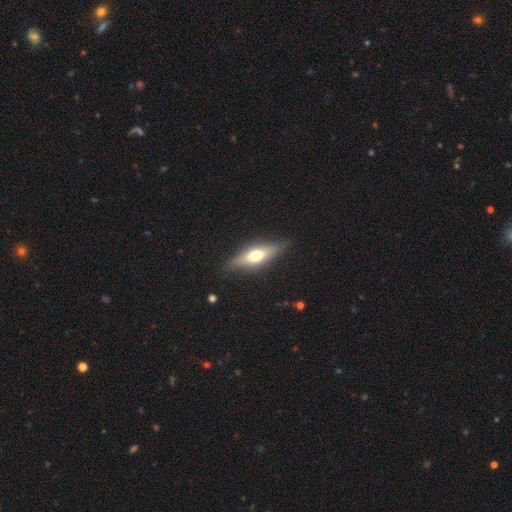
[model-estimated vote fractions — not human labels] Smooth or featured? Predicted: smooth (p=0.47). Merging? Predicted: none (p=0.83).